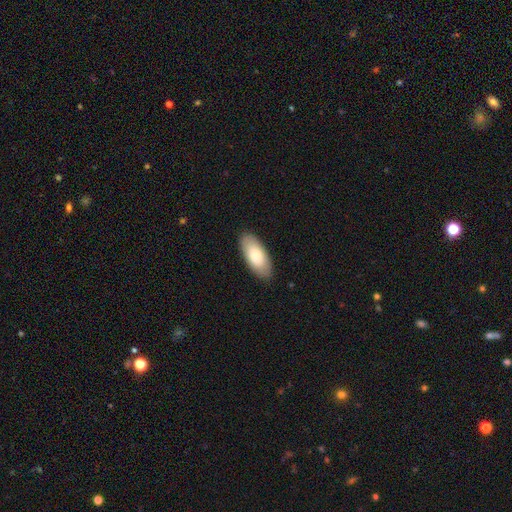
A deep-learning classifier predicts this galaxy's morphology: This appears to be a smooth galaxy with no disk features (79%) that is in between round and cigar-shaped (90%). Merging: none (88%).